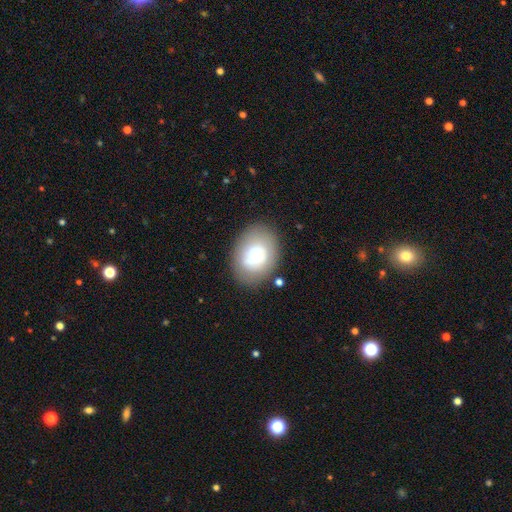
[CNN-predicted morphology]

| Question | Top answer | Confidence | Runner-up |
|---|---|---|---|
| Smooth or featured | smooth | 58% | featured or disk (34%) |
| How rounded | in between | 57% | round (42%) |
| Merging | none | 74% | minor disturbance (16%) |